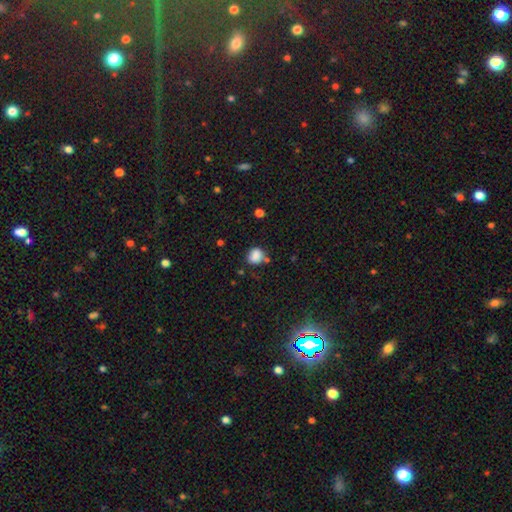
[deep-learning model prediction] Smooth or featured? Predicted: smooth (p=0.82). How rounded? Predicted: round (p=0.64). Merging? Predicted: none (p=0.61).